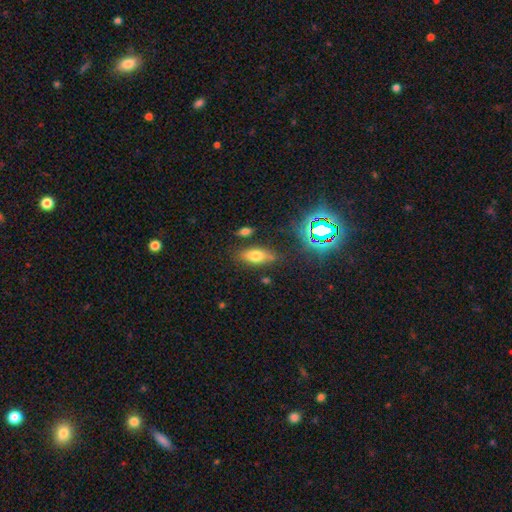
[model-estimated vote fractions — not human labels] Morphology: type=smooth (66%); roundness=in between (78%); merging=none (75%).